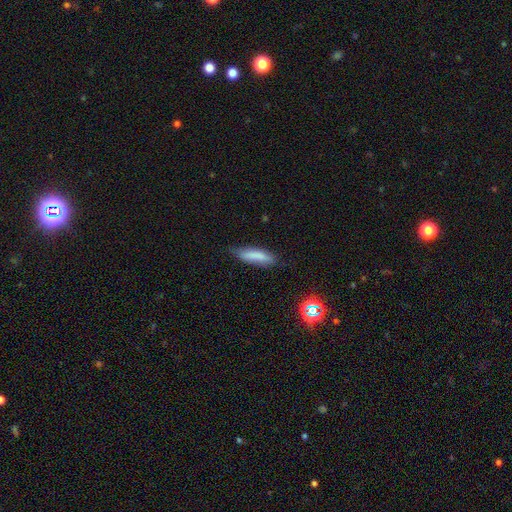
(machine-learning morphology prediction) Smooth or featured? smooth (80%)
How rounded? cigar-shaped (66%)
Merging? none (70%)